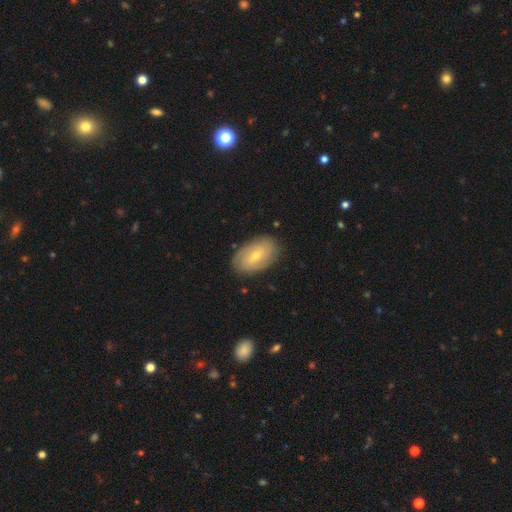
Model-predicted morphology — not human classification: featured or disk 53%, smooth 41%, star or artifact 6%. Down the decision tree: edge-on disk — no (93%); merging — none (84%).